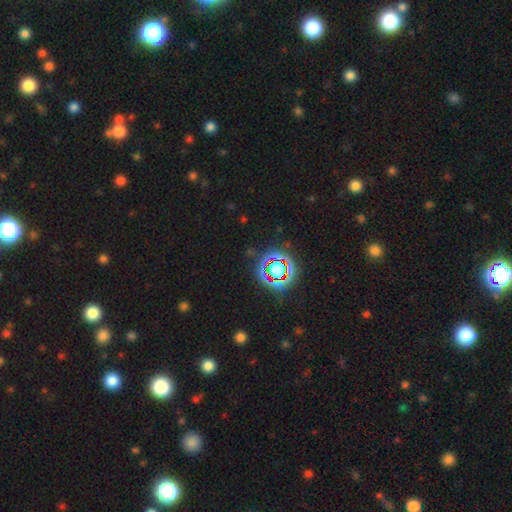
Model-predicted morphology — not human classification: This appears to be a star or artifact, not a galaxy (76%).